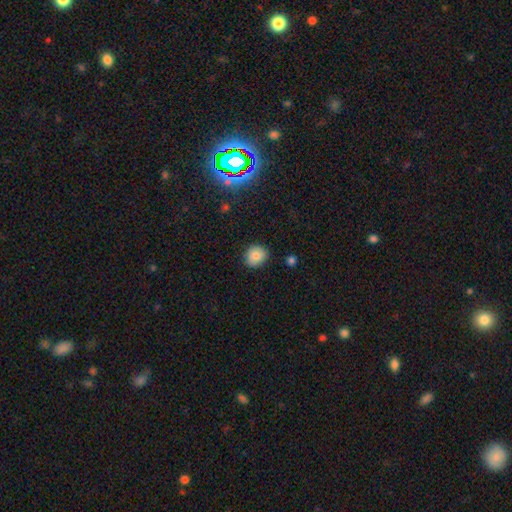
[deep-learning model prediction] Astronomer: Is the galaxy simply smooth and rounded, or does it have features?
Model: smooth — 82%.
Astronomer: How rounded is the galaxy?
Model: round — 78%.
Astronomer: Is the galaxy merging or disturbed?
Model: none — 85%.